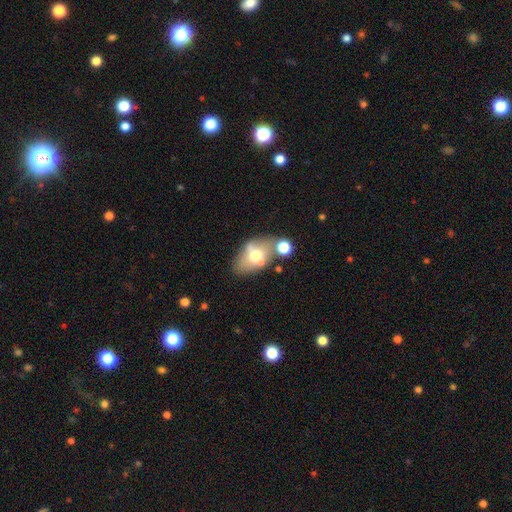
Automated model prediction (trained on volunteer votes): Smooth or featured? Predicted: smooth (p=0.54). How rounded? Predicted: in between (p=0.84). Merging? Predicted: none (p=0.51).